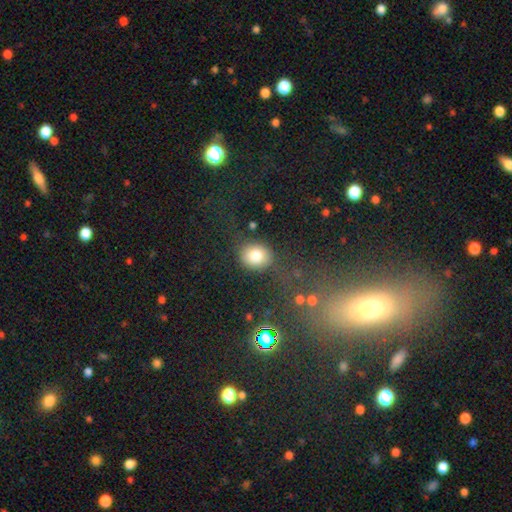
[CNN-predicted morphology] Smooth or featured?
  - smooth: 81% *
  - star or artifact: 10%
  - featured or disk: 9%
How rounded?
  - round: 61% *
  - in between: 38%
  - cigar-shaped: 1%
Merging?
  - none: 74% *
  - minor disturbance: 15%
  - major disturbance: 7%
  - merger: 4%